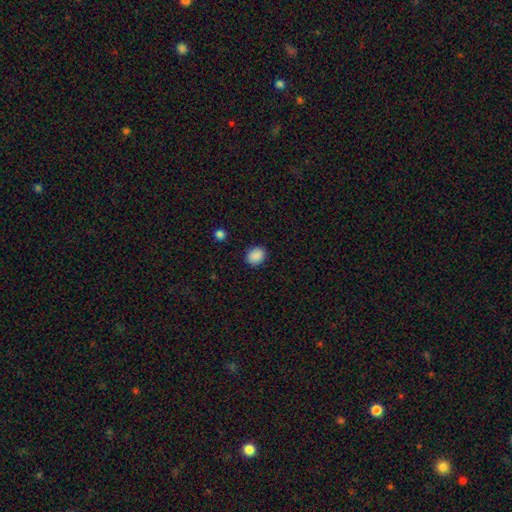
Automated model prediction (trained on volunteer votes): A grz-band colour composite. It shows a smooth galaxy with no disk features (89%) that is in between round and cigar-shaped (51%). Merging: none (88%).